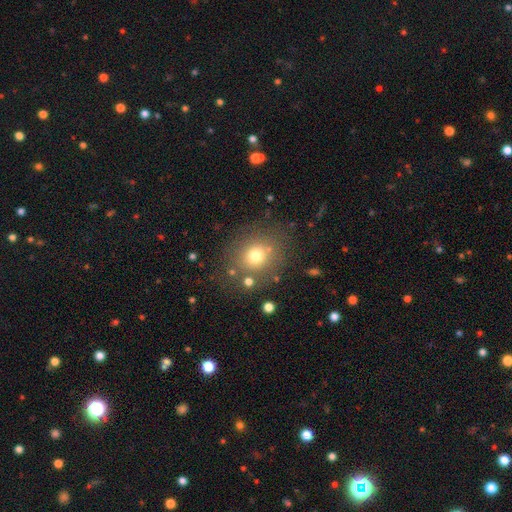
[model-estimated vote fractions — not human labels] Smooth or featured? Predicted: smooth (p=0.72). How rounded? Predicted: round (p=0.82). Merging? Predicted: none (p=0.78).